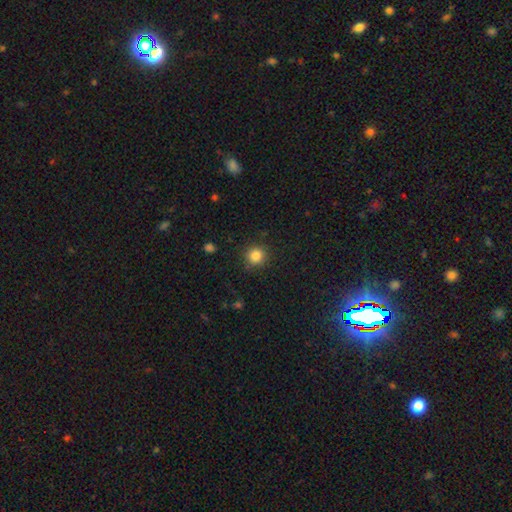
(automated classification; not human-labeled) Smooth or featured?
  - smooth: 85% *
  - star or artifact: 11%
  - featured or disk: 4%
How rounded?
  - round: 93% *
  - in between: 6%
  - cigar-shaped: 1%
Merging?
  - none: 89% *
  - minor disturbance: 8%
  - major disturbance: 2%
  - merger: 1%